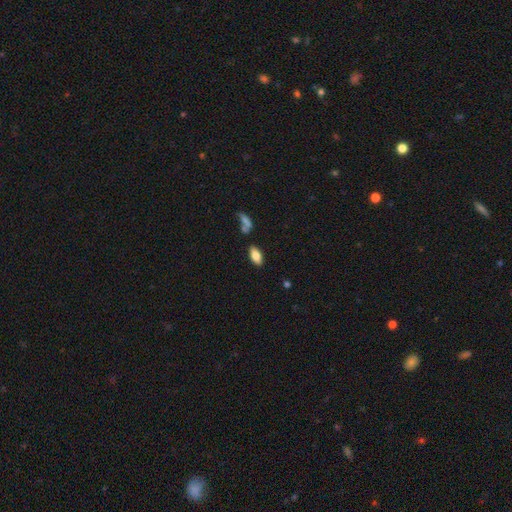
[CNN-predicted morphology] Overall: smooth (77%). How rounded: in between (89%). Merging: none (80%).